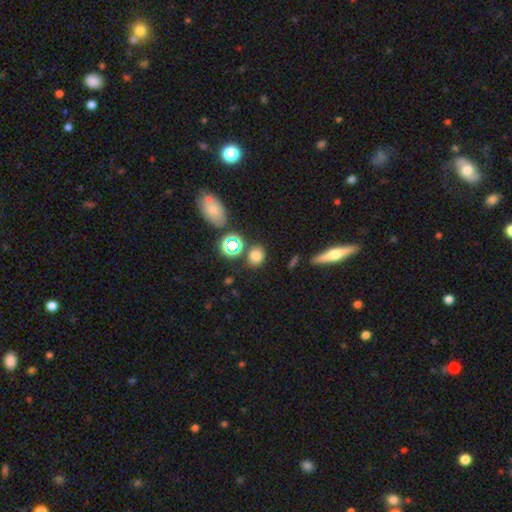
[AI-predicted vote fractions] This is likely a smooth galaxy (74%). How rounded: possibly round (59%). Merging: likely none (77%).